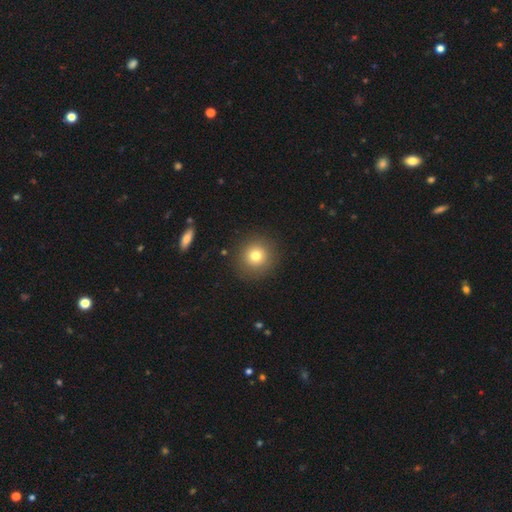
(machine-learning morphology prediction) smooth-or-featured: smooth: 77% | star or artifact: 12% | featured or disk: 10%
  how-rounded: round: 93% | in between: 6% | cigar-shaped: 1%
  merging: none: 89% | minor disturbance: 7% | major disturbance: 3% | merger: 2%